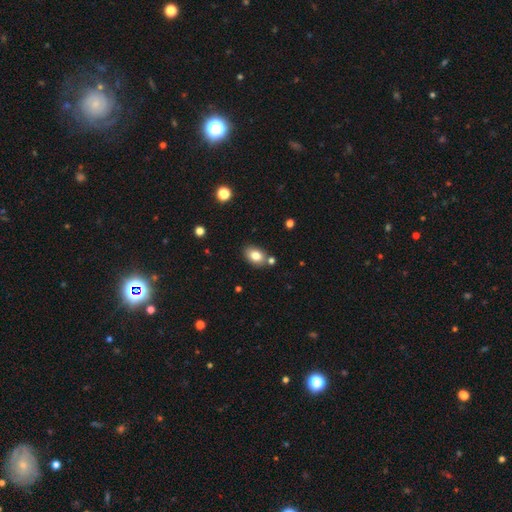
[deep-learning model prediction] The model was most divided on "how rounded": in between: 79%, round: 20%, cigar-shaped: 1%. More confident: smooth or featured — smooth (82%); merging — none (75%).